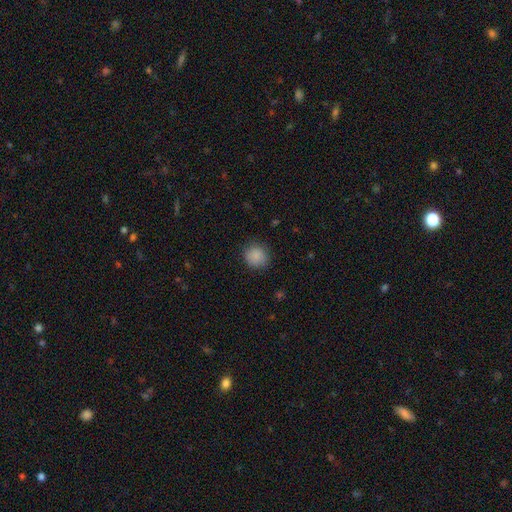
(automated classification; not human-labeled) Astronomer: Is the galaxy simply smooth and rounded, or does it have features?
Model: smooth — 87%.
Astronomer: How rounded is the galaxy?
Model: round — 87%.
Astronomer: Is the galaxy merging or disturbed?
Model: none — 84%.